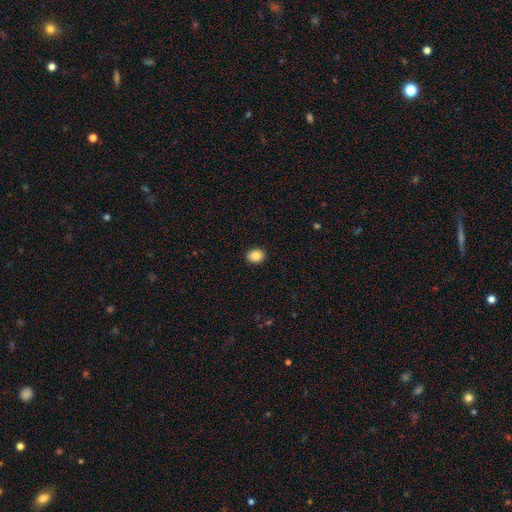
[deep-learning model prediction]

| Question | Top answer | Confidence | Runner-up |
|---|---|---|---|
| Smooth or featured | smooth | 87% | star or artifact (9%) |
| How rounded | round | 61% | in between (38%) |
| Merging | none | 91% | minor disturbance (6%) |